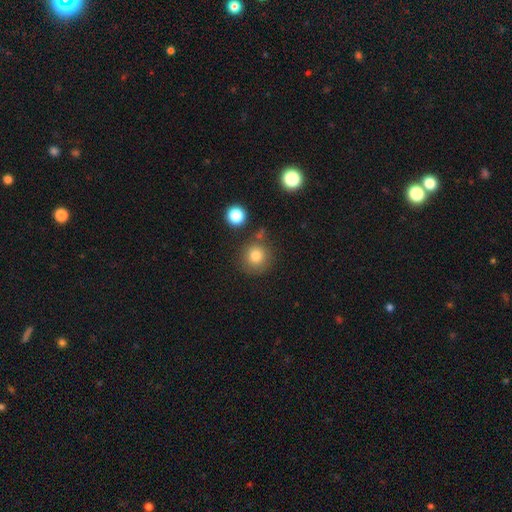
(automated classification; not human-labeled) Overall: smooth (79%). How rounded: round (93%). Merging: none (77%).